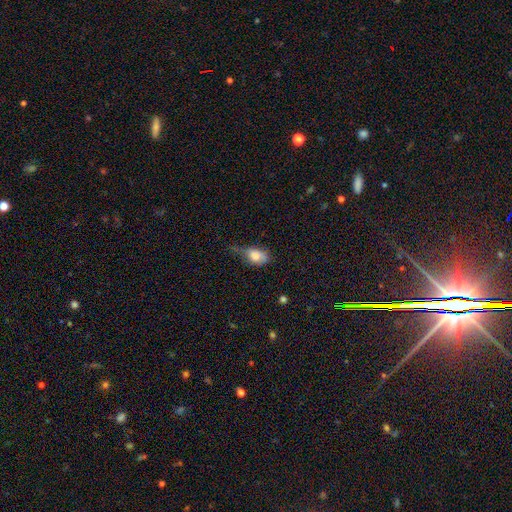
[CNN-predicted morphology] This is likely a smooth galaxy (77%). How rounded: clearly in between (81%). Merging: marginally minor disturbance (41%).